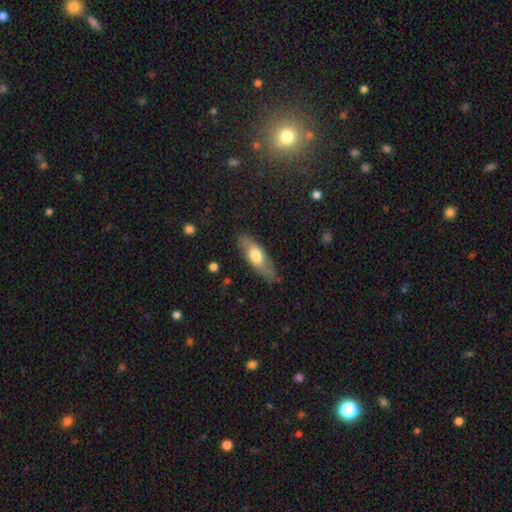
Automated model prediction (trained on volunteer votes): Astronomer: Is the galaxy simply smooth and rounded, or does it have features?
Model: smooth — 60% (runner-up: featured or disk, 35%).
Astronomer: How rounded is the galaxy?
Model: in between — 63%.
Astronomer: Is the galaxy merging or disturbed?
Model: none — 79%.